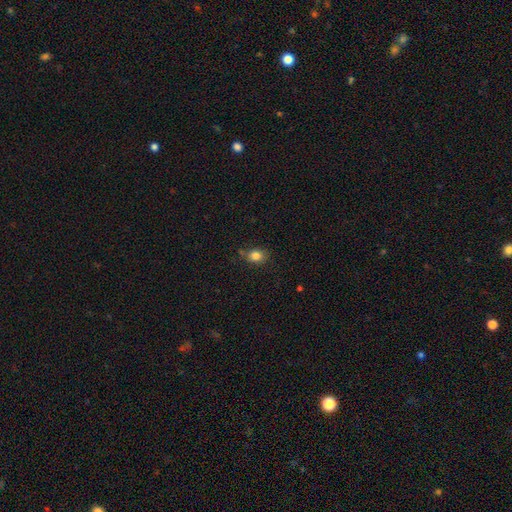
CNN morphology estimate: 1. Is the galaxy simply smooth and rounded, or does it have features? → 83% smooth, 11% star or artifact, 6% featured or disk.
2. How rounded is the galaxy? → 54% in between, 45% round, 1% cigar-shaped.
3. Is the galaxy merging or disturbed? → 71% none, 20% minor disturbance, 5% major disturbance, 4% merger.